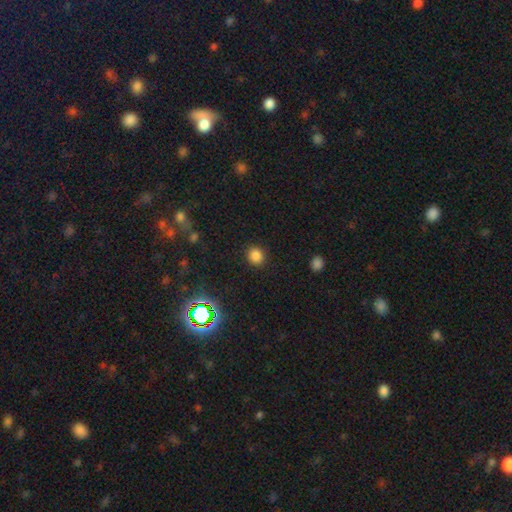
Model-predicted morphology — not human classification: Smooth or featured: smooth — 81% (star or artifact — 15%)
How rounded: round — 88% (in between — 11%)
Merging: none — 90% (minor disturbance — 6%)